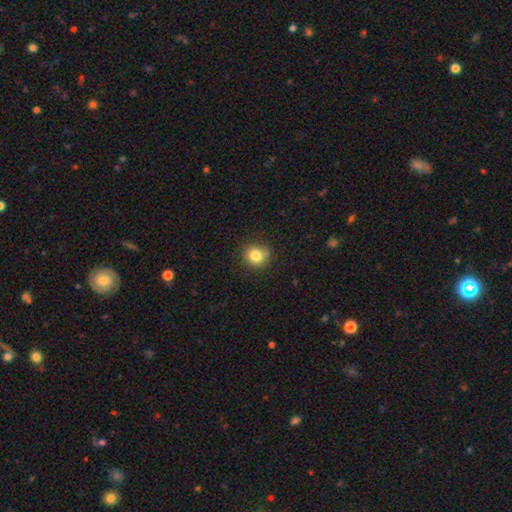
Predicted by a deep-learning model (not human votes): Smooth or featured? smooth (83%)
How rounded? round (86%)
Merging? none (81%)